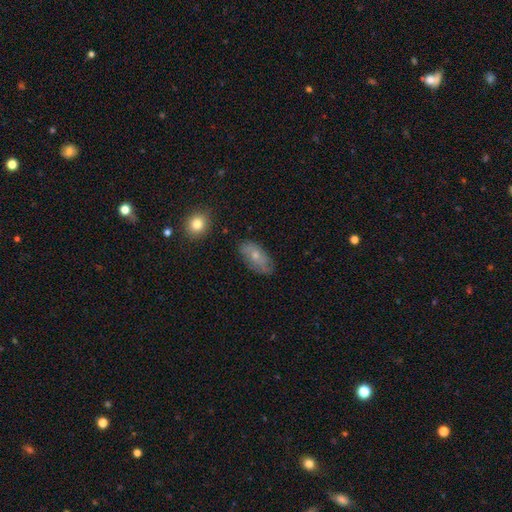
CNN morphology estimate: Q: Smooth or featured?
A: smooth (58%); runner-up: featured or disk (34%)
Q: How rounded?
A: in between (89%); runner-up: cigar-shaped (6%)
Q: Merging?
A: none (71%); runner-up: minor disturbance (22%)